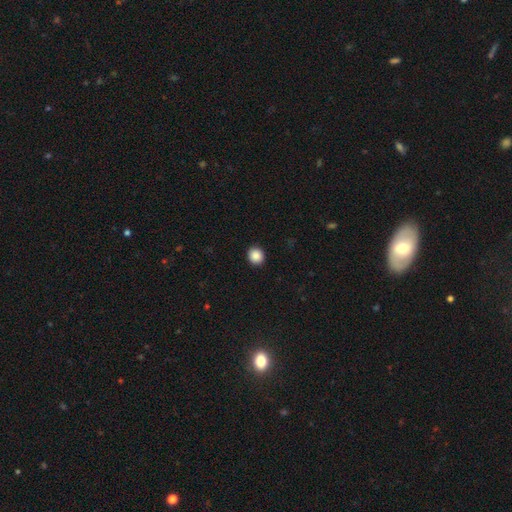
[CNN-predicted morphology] This is clearly a smooth galaxy (88%). How rounded: clearly round (86%). Merging: clearly none (93%).